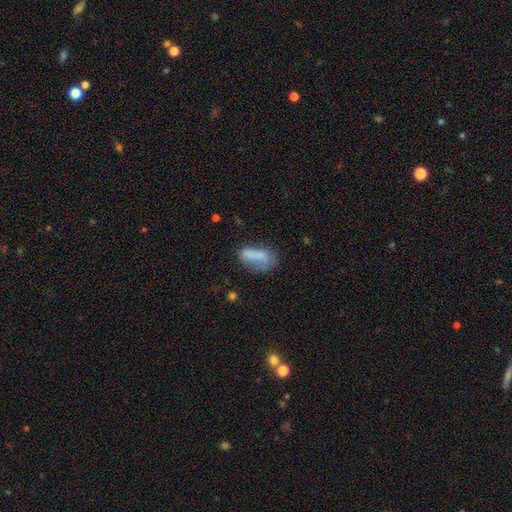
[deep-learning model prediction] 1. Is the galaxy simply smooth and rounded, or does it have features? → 67% smooth, 23% featured or disk, 10% star or artifact.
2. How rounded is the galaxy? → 79% in between, 16% cigar-shaped, 5% round.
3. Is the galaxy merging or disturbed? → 38% none, 28% minor disturbance, 25% major disturbance, 9% merger.